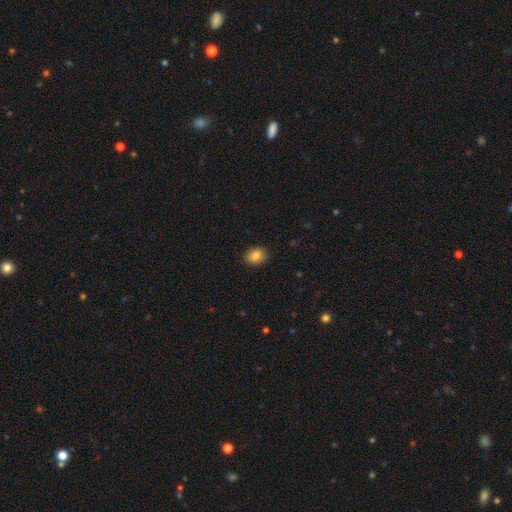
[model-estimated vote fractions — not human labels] smooth-or-featured: smooth: 84% | star or artifact: 9% | featured or disk: 7%
  how-rounded: in between: 55% | round: 44% | cigar-shaped: 1%
  merging: none: 90% | minor disturbance: 7% | major disturbance: 2% | merger: 1%